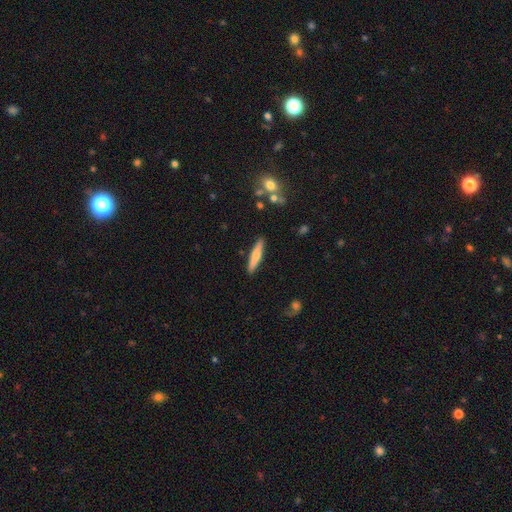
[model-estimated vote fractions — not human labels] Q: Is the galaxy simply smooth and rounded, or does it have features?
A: smooth — 62%.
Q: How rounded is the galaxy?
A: cigar-shaped — 90%.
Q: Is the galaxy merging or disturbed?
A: none — 90%.